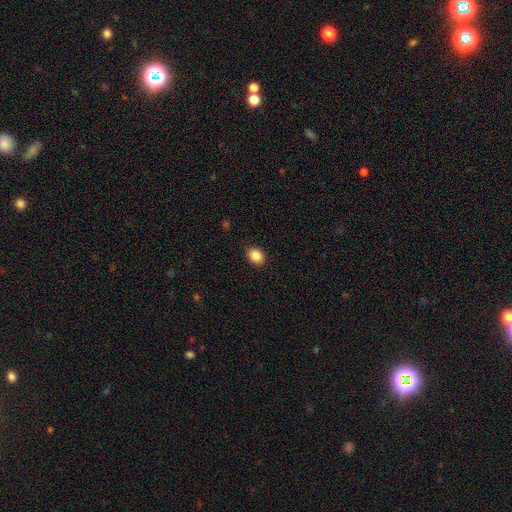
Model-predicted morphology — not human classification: This appears to be a smooth galaxy with no disk features (87%) that is in between round and cigar-shaped (55%). Merging: none (91%).